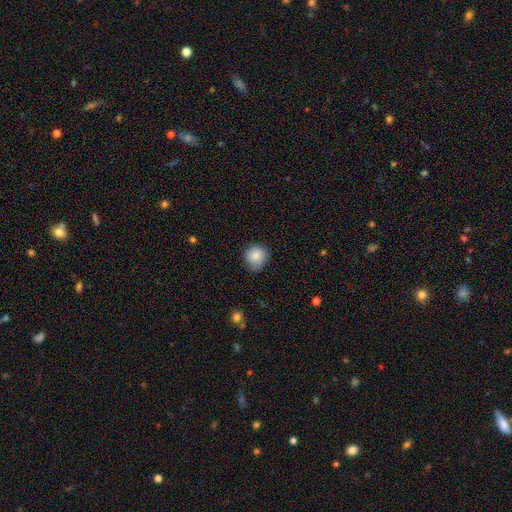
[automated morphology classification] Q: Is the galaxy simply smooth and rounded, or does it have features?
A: smooth — 85%.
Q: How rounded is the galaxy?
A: round — 92%.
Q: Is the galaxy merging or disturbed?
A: none — 80%.